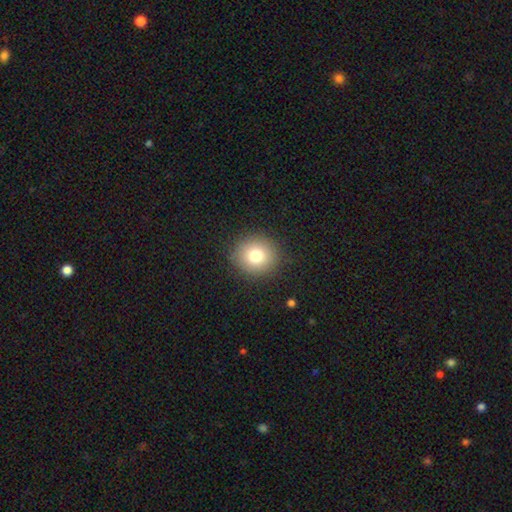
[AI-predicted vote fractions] This is likely a smooth galaxy (78%). How rounded: clearly round (88%). Merging: clearly none (90%).